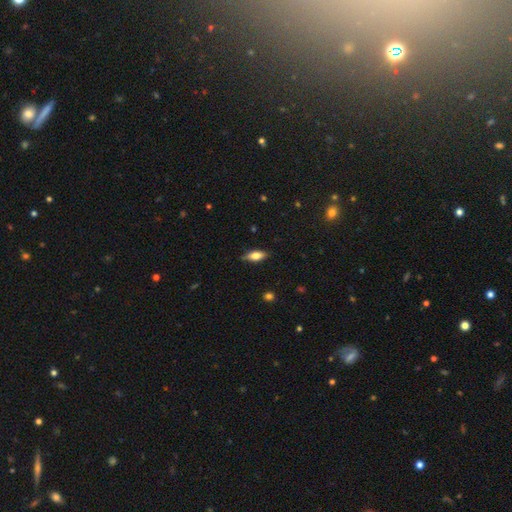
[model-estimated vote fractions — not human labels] A smooth galaxy with no disk features (67%) that is in between round and cigar-shaped (76%). Merging: none (81%).